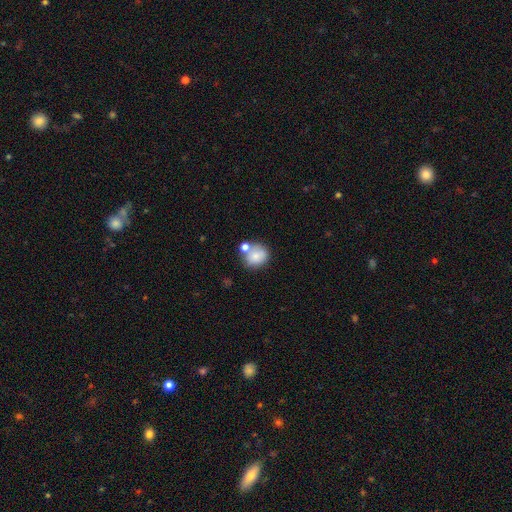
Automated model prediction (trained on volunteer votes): This appears to be a smooth galaxy with no disk features (78%) that is round (78%). Merging: none (51%).